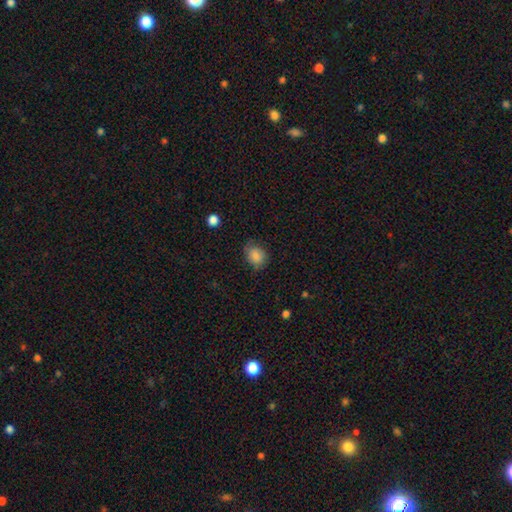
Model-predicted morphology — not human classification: A smooth galaxy with no disk features (86%) that is round (54%).

Vote fractions:
- Smooth or featured? smooth: 86% / star or artifact: 9% / featured or disk: 6%
- How rounded? round: 54% / in between: 46% / cigar-shaped: 1%
- Merging? none: 71% / minor disturbance: 23% / major disturbance: 5% / merger: 1%